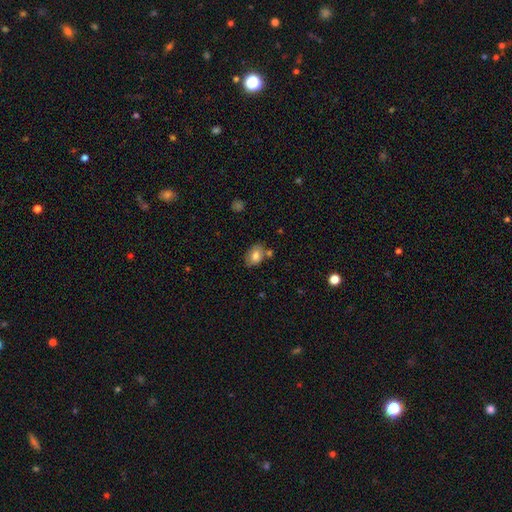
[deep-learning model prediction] Morphology: type=smooth (74%); roundness=in between (73%); merging=none (66%).